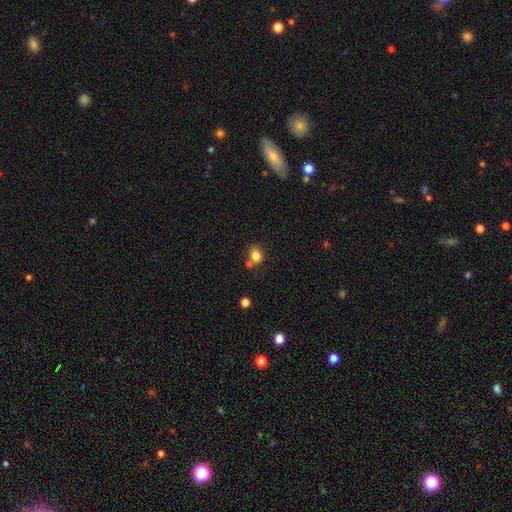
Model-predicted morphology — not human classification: smooth-or-featured: smooth: 82% | star or artifact: 11% | featured or disk: 7%
  how-rounded: round: 54% | in between: 45% | cigar-shaped: 1%
  merging: none: 60% | merger: 22% | minor disturbance: 14% | major disturbance: 4%